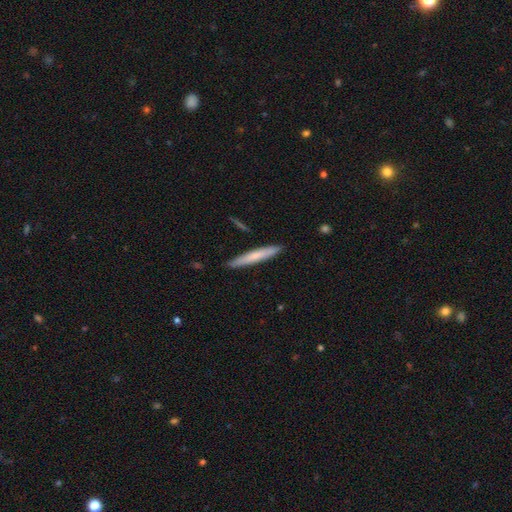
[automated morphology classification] Overall: smooth (66%; featured or disk 29%). How rounded: cigar-shaped (95%). Merging: none (90%).